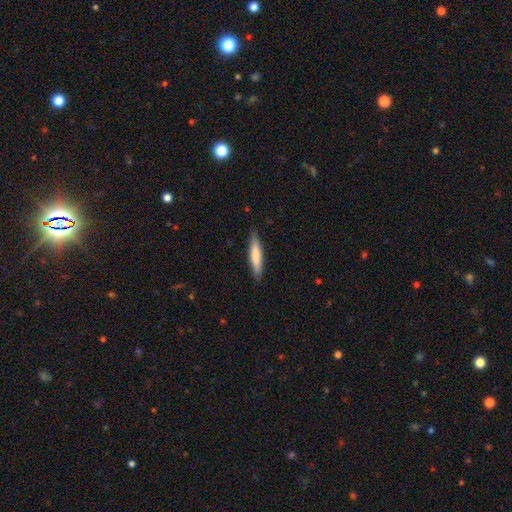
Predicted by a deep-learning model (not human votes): Morphology: type=smooth (75%); roundness=cigar-shaped (87%); merging=none (88%).